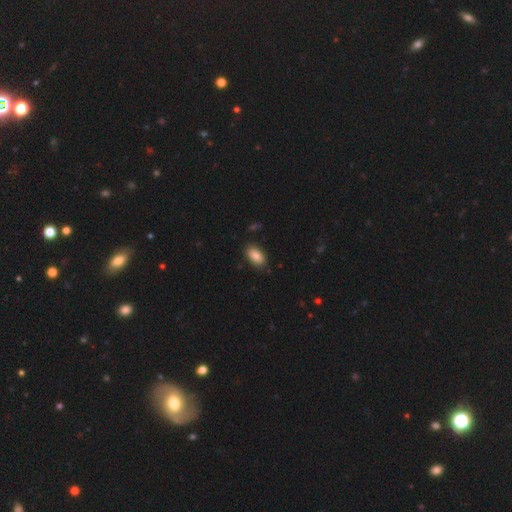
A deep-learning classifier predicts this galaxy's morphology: Smooth or featured?
  - smooth: 84% *
  - featured or disk: 8%
  - star or artifact: 7%
How rounded?
  - in between: 93% *
  - round: 4%
  - cigar-shaped: 3%
Merging?
  - none: 85% *
  - minor disturbance: 11%
  - major disturbance: 2%
  - merger: 1%